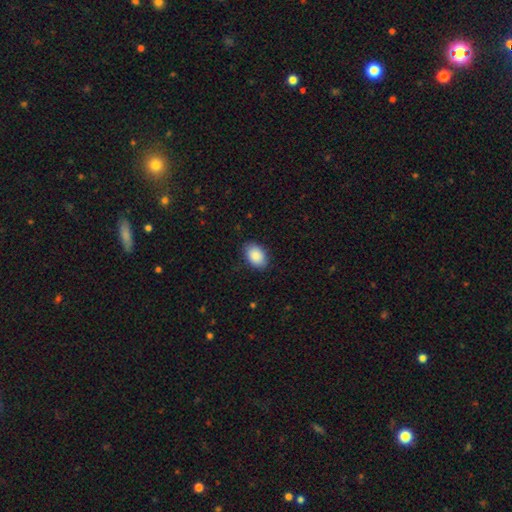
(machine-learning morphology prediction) A smooth galaxy with no disk features (89%) that is in between round and cigar-shaped (88%).

Vote fractions:
- Smooth or featured? smooth: 89% / star or artifact: 7% / featured or disk: 4%
- How rounded? in between: 88% / round: 11% / cigar-shaped: 1%
- Merging? none: 85% / minor disturbance: 11% / major disturbance: 3% / merger: 1%